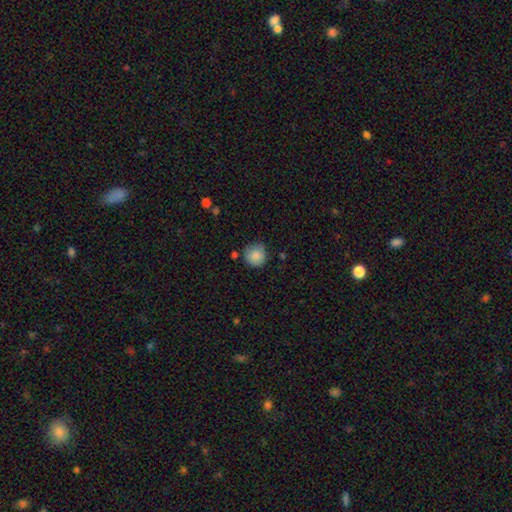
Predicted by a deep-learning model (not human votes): smooth_or_featured: smooth (p=0.86) [alt: star or artifact p=0.08]
how_rounded: round (p=0.93) [alt: in between p=0.06]
merging: none (p=0.77) [alt: minor disturbance p=0.16]